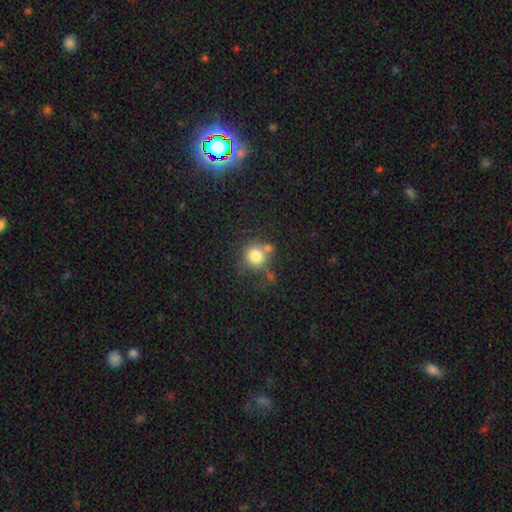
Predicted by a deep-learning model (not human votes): Overall: smooth (79%). How rounded: round (88%). Merging: none (55%; merger 23%).